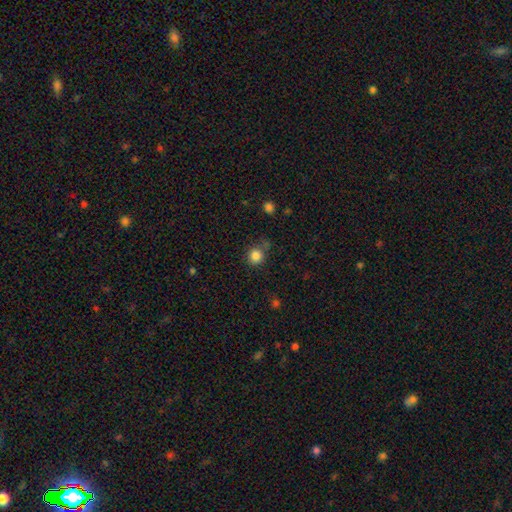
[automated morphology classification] Smooth or featured? Predicted: smooth (p=0.85). How rounded? Predicted: round (p=0.89). Merging? Predicted: none (p=0.75).